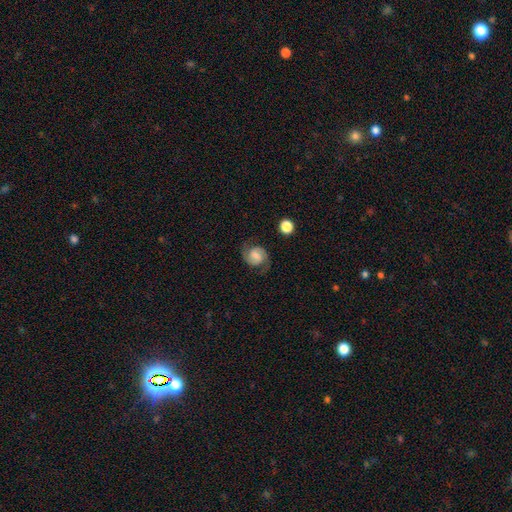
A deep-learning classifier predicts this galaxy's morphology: Smooth or featured: featured or disk — 77% (smooth — 16%)
Edge-on disk: no — 98% (yes — 2%)
Bar: weak — 49% (no — 37%)
Spiral arms: yes — 97% (no — 3%)
Spiral winding: medium — 52% (tight — 31%)
Spiral arm count: 2 — 92% (can't tell — 3%)
Bulge size: moderate — 33% (small — 31%)
Merging: none — 79% (minor disturbance — 14%)